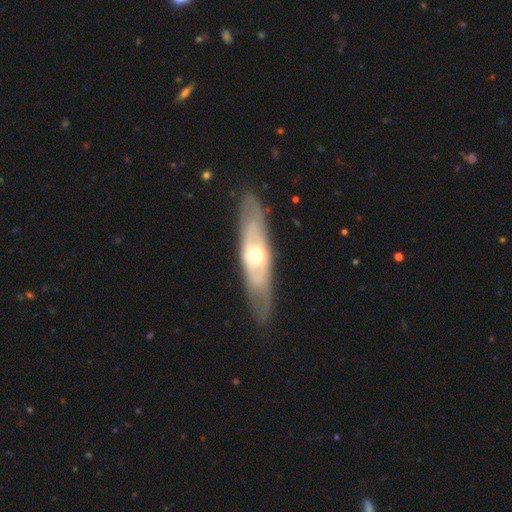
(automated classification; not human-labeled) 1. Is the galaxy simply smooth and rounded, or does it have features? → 68% featured or disk, 27% smooth, 5% star or artifact.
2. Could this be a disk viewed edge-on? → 64% no, 36% yes.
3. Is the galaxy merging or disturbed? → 82% none, 12% minor disturbance, 4% major disturbance, 1% merger.